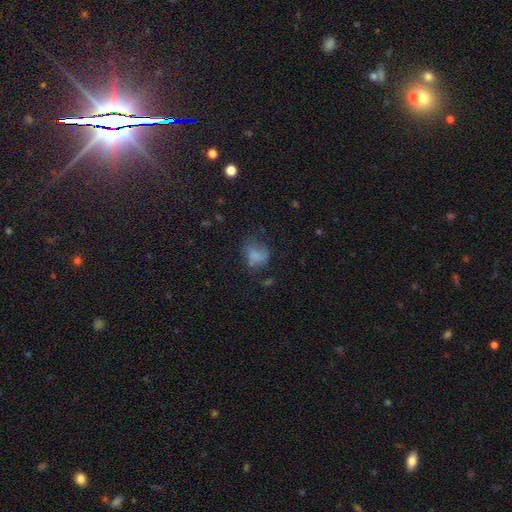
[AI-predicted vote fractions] A smooth galaxy with no disk features (62%) that is in between round and cigar-shaped (53%).

Vote fractions:
- Smooth or featured? smooth: 62% / featured or disk: 23% / star or artifact: 15%
- How rounded? in between: 53% / round: 45% / cigar-shaped: 1%
- Merging? none: 38% / major disturbance: 31% / minor disturbance: 26% / merger: 5%